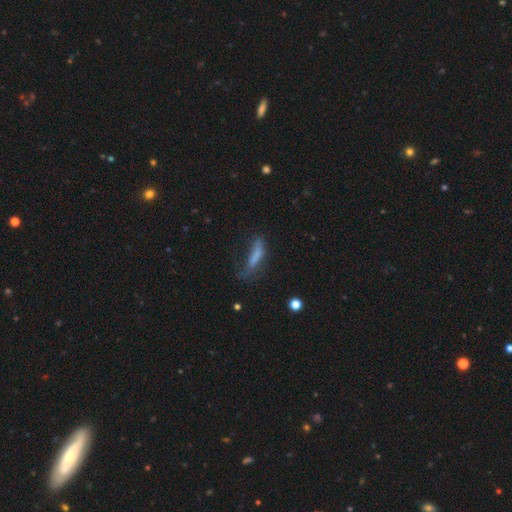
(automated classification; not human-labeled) smooth 64%, featured or disk 24%, star or artifact 11%. Down the decision tree: how rounded — cigar-shaped (78%); merging — none (40%).